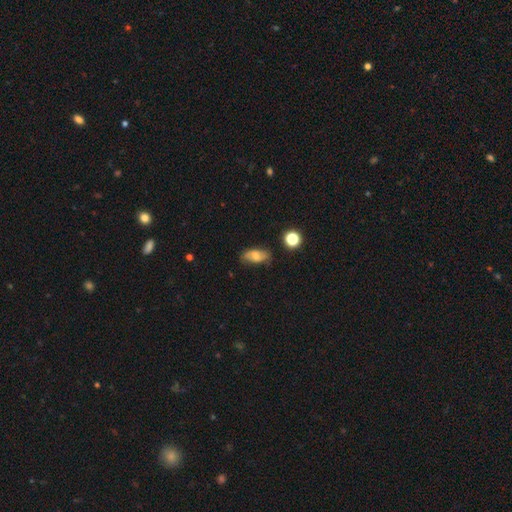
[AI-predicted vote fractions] smooth-or-featured: smooth: 60% | featured or disk: 29% | star or artifact: 11%
  how-rounded: in between: 87% | round: 7% | cigar-shaped: 5%
  merging: none: 71% | minor disturbance: 22% | major disturbance: 5% | merger: 2%